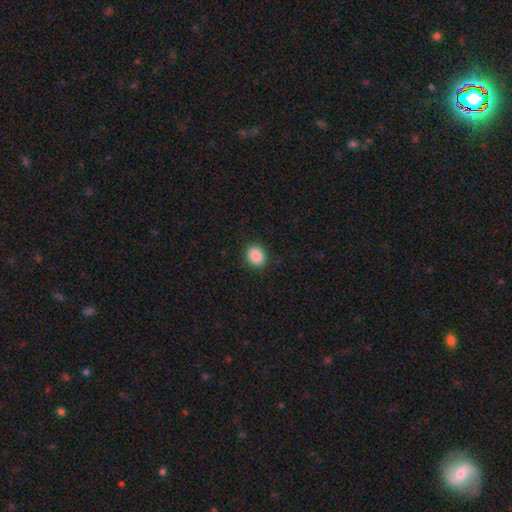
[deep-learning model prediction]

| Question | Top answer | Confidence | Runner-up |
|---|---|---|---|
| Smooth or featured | smooth | 88% | star or artifact (8%) |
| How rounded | round | 53% | in between (46%) |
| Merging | none | 88% | minor disturbance (8%) |